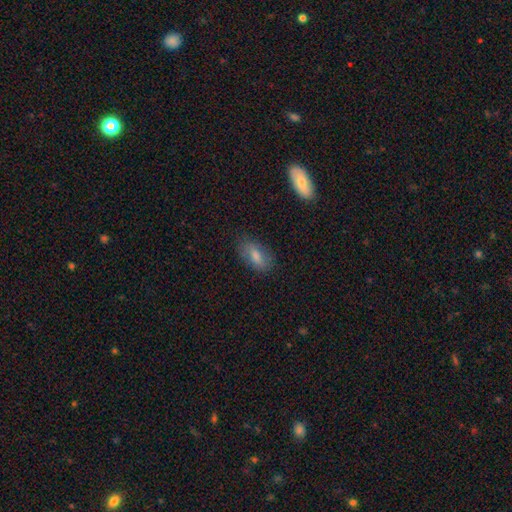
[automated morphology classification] smooth_or_featured: smooth (p=0.74) [alt: featured or disk p=0.17]
how_rounded: in between (p=0.88) [alt: cigar-shaped p=0.06]
merging: none (p=0.78) [alt: minor disturbance p=0.16]